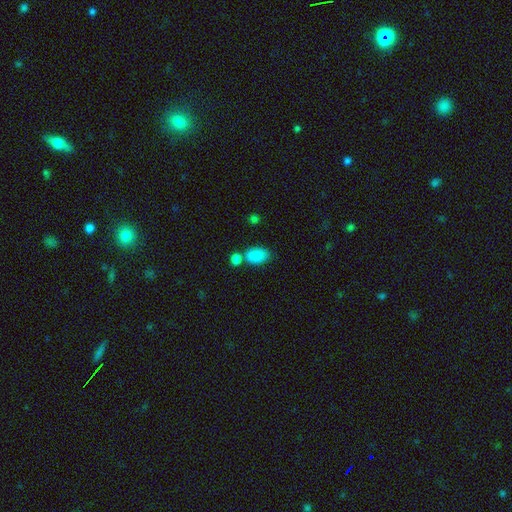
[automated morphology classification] Overall: smooth (87%). How rounded: in between (89%). Merging: none (58%; merger 20%).